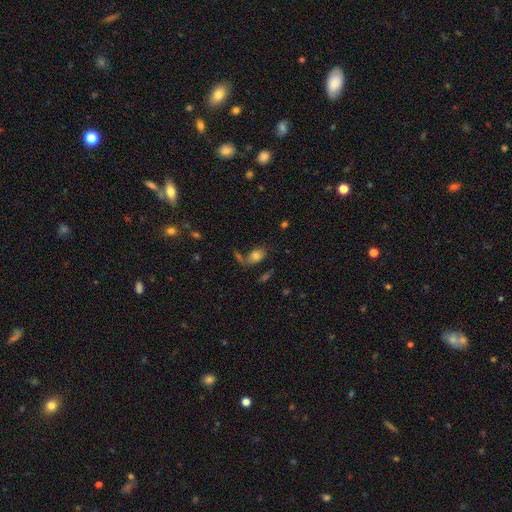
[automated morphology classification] The model was most divided on "merging": none: 44%, merger: 26%, major disturbance: 15%, minor disturbance: 15%. More confident: how rounded — in between (87%); smooth or featured — smooth (71%).